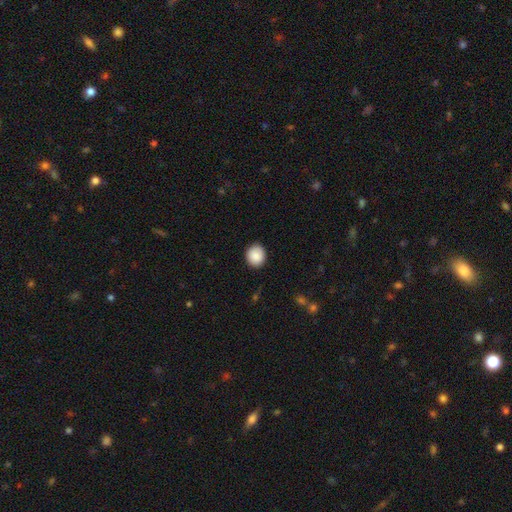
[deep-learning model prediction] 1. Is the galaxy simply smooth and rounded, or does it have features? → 89% smooth, 7% star or artifact, 4% featured or disk.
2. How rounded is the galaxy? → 80% round, 19% in between, 1% cigar-shaped.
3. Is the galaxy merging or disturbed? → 89% none, 8% minor disturbance, 2% major disturbance, 1% merger.